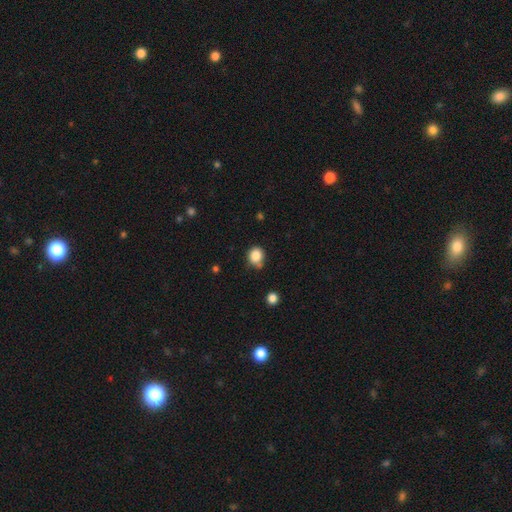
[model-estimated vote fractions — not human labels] Overall: smooth (85%). How rounded: round (72%). Merging: none (61%; minor disturbance 27%).